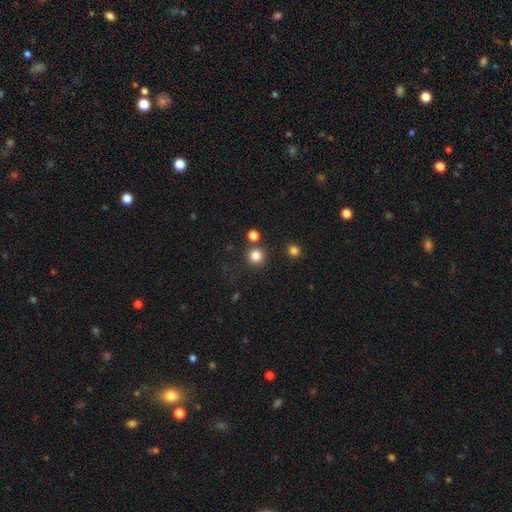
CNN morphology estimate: A smooth galaxy with no disk features (83%) that is round (94%).

Vote fractions:
- Smooth or featured? smooth: 83% / star or artifact: 13% / featured or disk: 4%
- How rounded? round: 94% / in between: 5% / cigar-shaped: 1%
- Merging? none: 83% / merger: 7% / minor disturbance: 7% / major disturbance: 3%